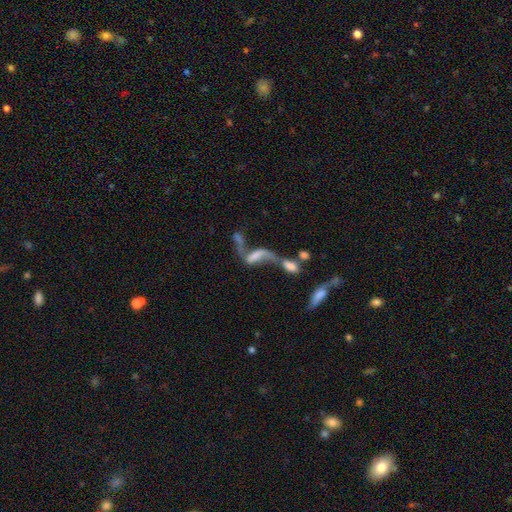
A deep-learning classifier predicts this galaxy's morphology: This appears to be a featured or disk galaxy (57%) with no bar (46%), spiral arms (58%) and no central bulge (56%). Merging: merger (62%).